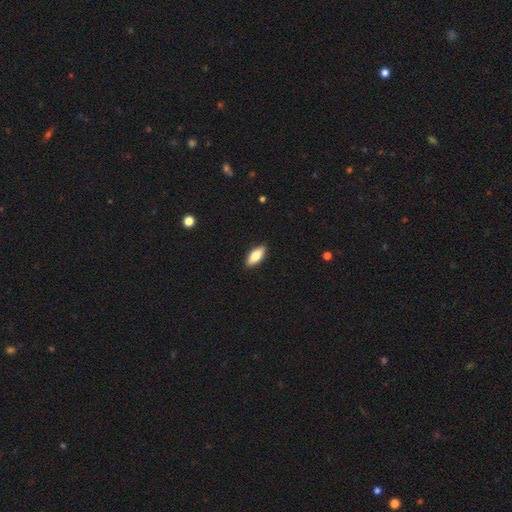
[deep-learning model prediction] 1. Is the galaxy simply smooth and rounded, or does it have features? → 74% smooth, 20% featured or disk, 6% star or artifact.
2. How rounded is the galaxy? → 76% in between, 22% cigar-shaped, 2% round.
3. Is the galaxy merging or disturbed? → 89% none, 8% minor disturbance, 2% major disturbance, 1% merger.